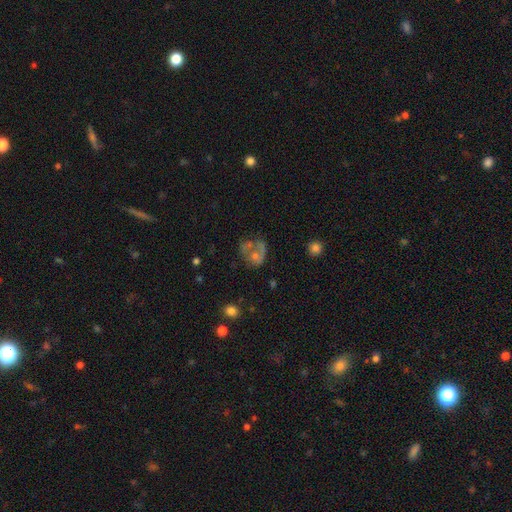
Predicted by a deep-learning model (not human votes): This appears to be a featured or disk galaxy (46%). Merging: none (34%).